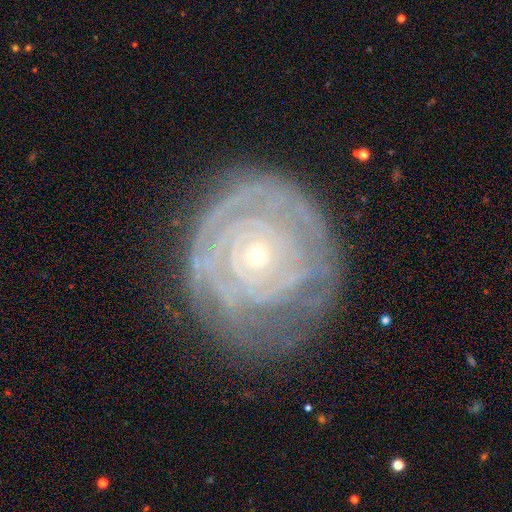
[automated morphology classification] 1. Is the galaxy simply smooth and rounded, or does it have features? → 81% featured or disk, 12% smooth, 7% star or artifact.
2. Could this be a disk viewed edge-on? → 96% no, 4% yes.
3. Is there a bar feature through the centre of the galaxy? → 84% no, 11% weak, 4% strong.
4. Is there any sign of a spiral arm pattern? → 85% yes, 15% no.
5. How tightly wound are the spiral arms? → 86% tight, 11% medium, 4% loose.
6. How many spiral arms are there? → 48% can't tell, 14% 2, 12% 3, 11% 4, 9% more than 4, 6% 1.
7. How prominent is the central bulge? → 77% small, 20% moderate, 2% large, 1% none, 1% dominant.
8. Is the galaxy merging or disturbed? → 71% none, 19% minor disturbance, 9% major disturbance, 1% merger.